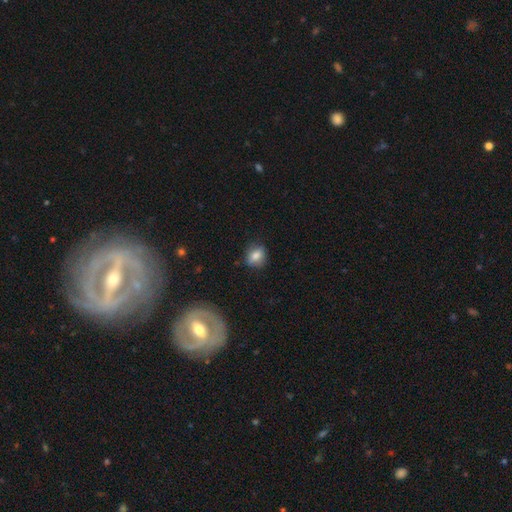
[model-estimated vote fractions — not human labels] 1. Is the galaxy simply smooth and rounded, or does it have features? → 74% smooth, 16% featured or disk, 10% star or artifact.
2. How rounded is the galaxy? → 50% in between, 48% round, 2% cigar-shaped.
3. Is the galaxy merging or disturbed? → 74% none, 20% minor disturbance, 5% major disturbance, 2% merger.